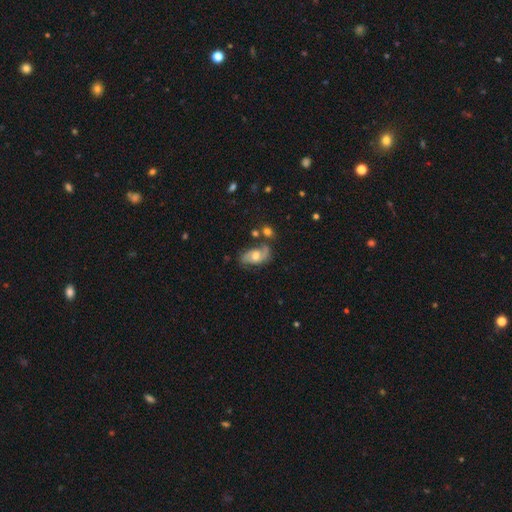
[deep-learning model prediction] Overall: featured or disk (58%; smooth 34%). Edge-on disk: no (93%). Bar: no (64%; weak 29%). Spiral arms: yes (80%). Bulge size: moderate (67%). Merging: none (54%; minor disturbance 23%).